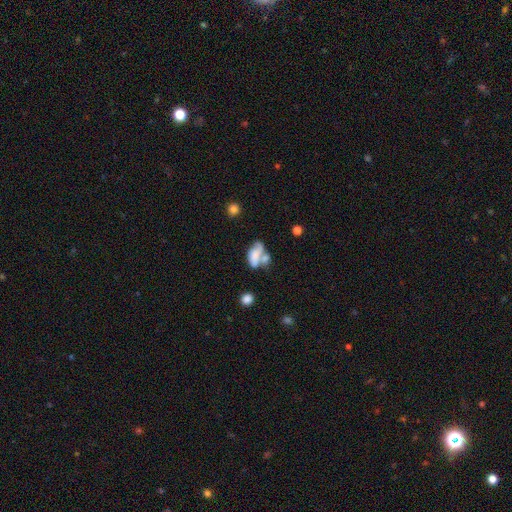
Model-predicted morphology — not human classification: smooth_or_featured: smooth (p=0.59) [alt: featured or disk p=0.32]
how_rounded: in between (p=0.88) [alt: round p=0.07]
merging: merger (p=0.50) [alt: none p=0.21]